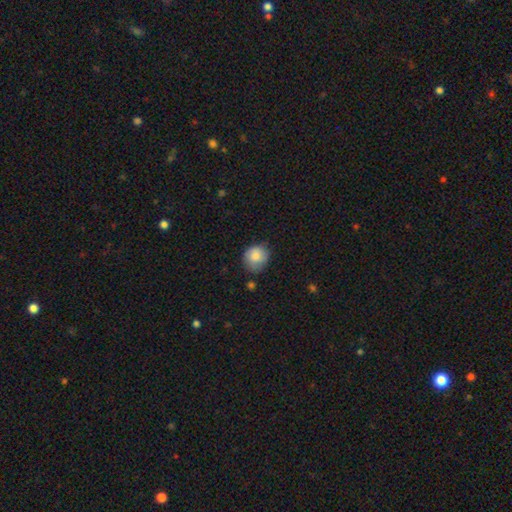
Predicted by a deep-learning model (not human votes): smooth 83%, featured or disk 9%, star or artifact 8%. Down the decision tree: how rounded — round (79%); merging — none (67%).